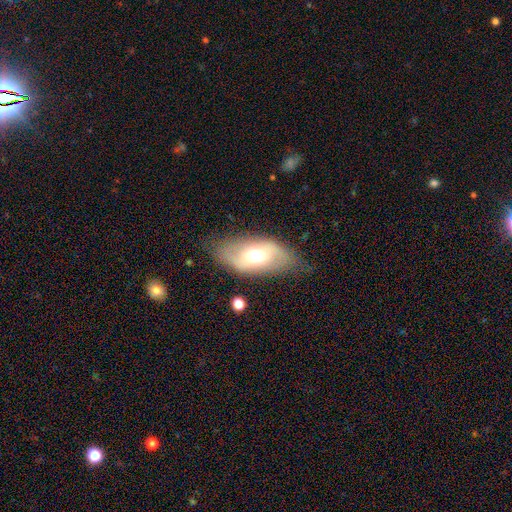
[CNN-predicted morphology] smooth_or_featured: smooth (p=0.50) [alt: featured or disk p=0.43]
merging: none (p=0.71) [alt: minor disturbance p=0.21]